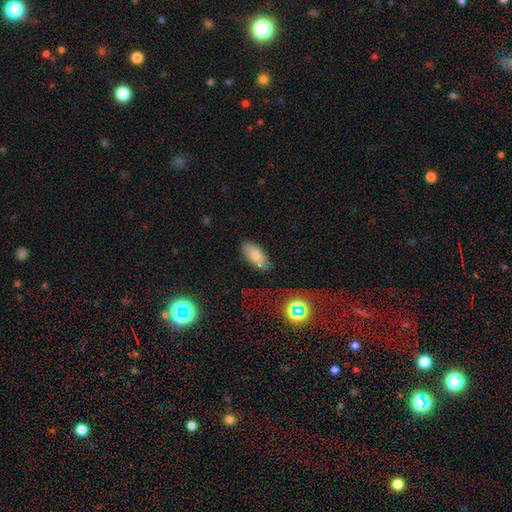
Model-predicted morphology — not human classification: A smooth galaxy with no disk features (81%) that is in between round and cigar-shaped (92%). Merging: none (80%).